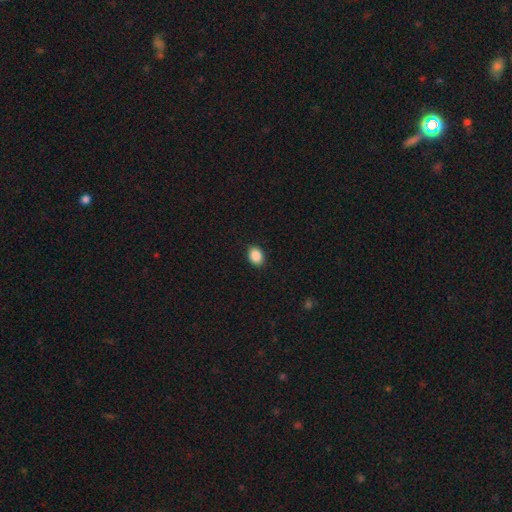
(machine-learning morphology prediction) type=smooth (88%); roundness=in between (68%); merging=none (90%).